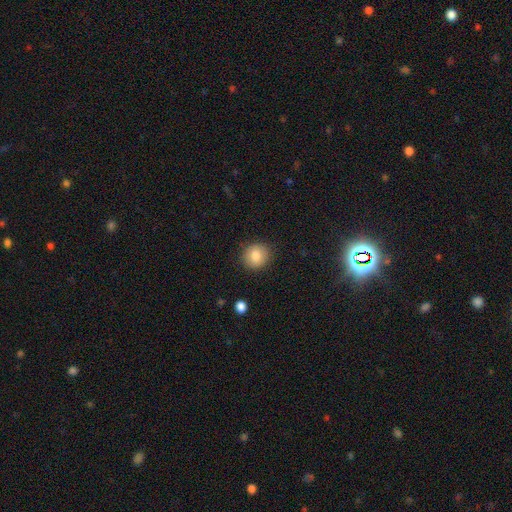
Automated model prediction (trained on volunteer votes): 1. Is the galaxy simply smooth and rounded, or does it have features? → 83% smooth, 9% star or artifact, 8% featured or disk.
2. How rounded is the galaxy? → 84% round, 15% in between, 1% cigar-shaped.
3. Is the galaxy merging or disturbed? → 88% none, 8% minor disturbance, 2% major disturbance, 1% merger.